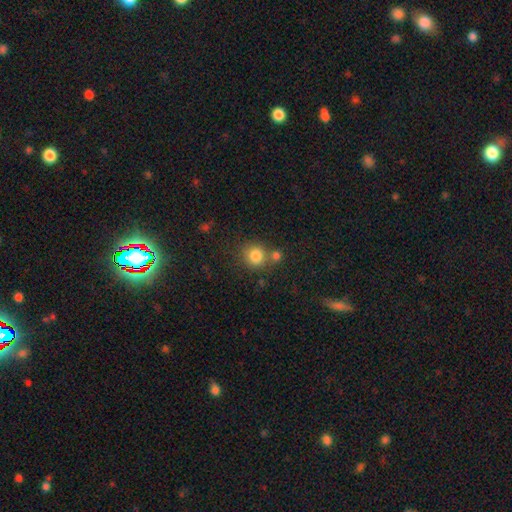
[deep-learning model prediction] This is clearly a smooth galaxy (82%). How rounded: clearly round (86%). Merging: likely none (61%).